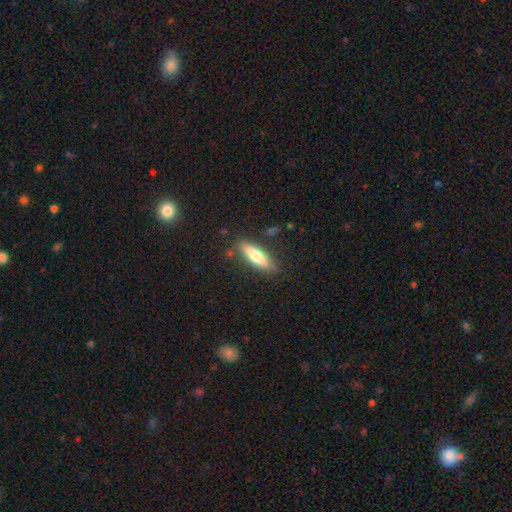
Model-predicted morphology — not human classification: smooth 70%, featured or disk 24%, star or artifact 6%. Down the decision tree: how rounded — cigar-shaped (57%); merging — none (82%).